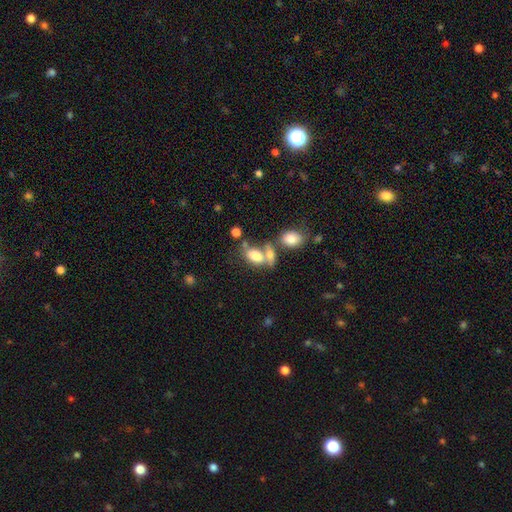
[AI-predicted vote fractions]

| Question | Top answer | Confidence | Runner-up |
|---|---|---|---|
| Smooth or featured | smooth | 78% | featured or disk (13%) |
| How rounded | in between | 88% | round (9%) |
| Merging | merger | 47% | none (35%) |